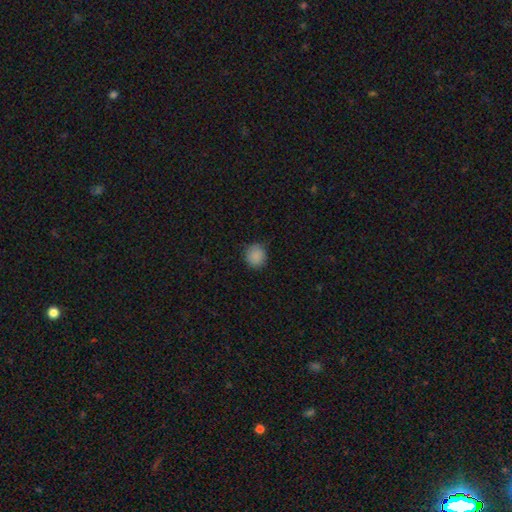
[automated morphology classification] This appears to be a smooth galaxy with no disk features (88%) that is round (88%). Merging: none (87%).